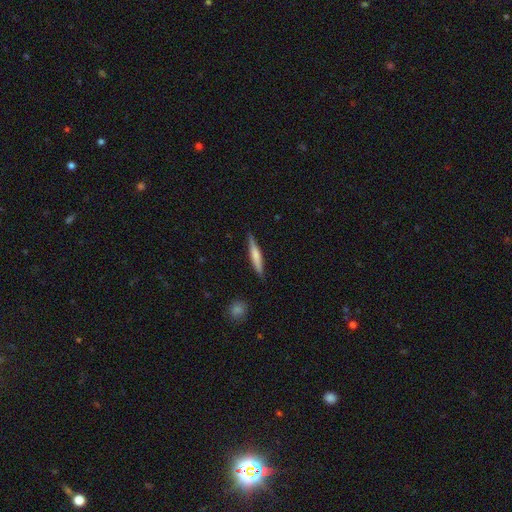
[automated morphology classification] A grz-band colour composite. It shows a smooth galaxy with no disk features (56%) that is cigar-shaped (92%). Merging: none (87%).